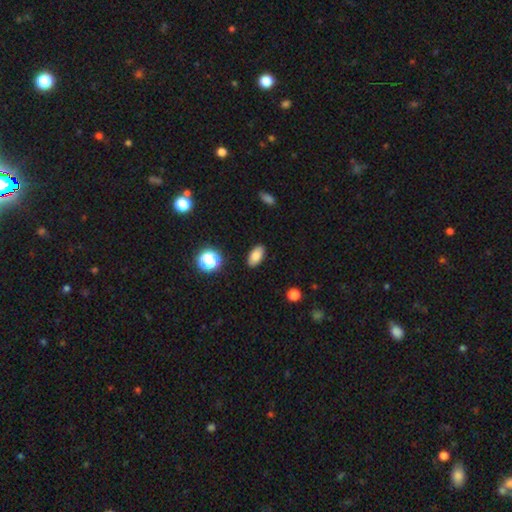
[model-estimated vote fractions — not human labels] smooth-or-featured: smooth: 81% | star or artifact: 11% | featured or disk: 9%
  how-rounded: in between: 90% | round: 6% | cigar-shaped: 4%
  merging: none: 89% | minor disturbance: 8% | major disturbance: 2% | merger: 1%